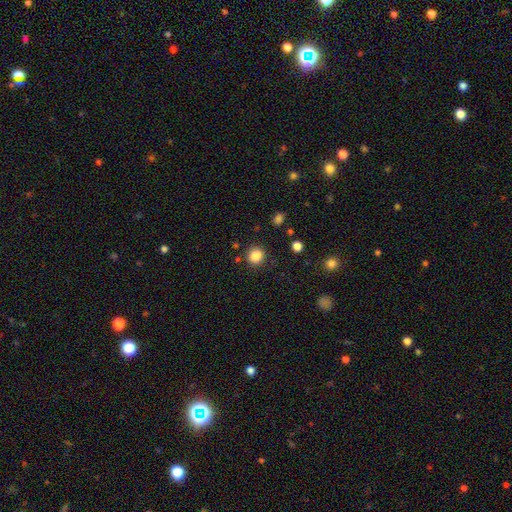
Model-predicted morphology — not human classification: Smooth or featured? smooth (85%)
How rounded? round (87%)
Merging? none (87%)